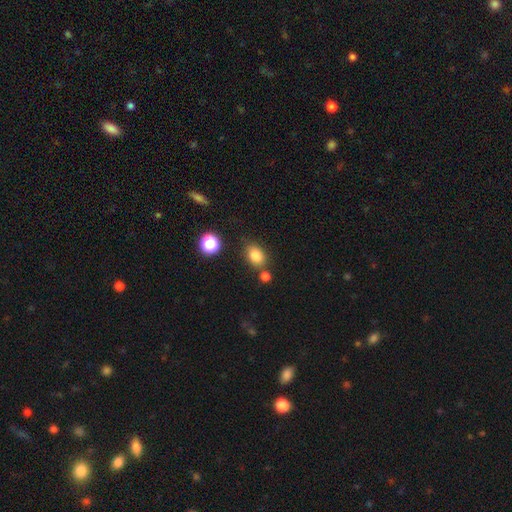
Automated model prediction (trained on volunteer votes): A smooth galaxy with no disk features (82%) that is in between round and cigar-shaped (70%).

Vote fractions:
- Smooth or featured? smooth: 82% / star or artifact: 11% / featured or disk: 6%
- How rounded? in between: 70% / round: 28% / cigar-shaped: 1%
- Merging? none: 69% / minor disturbance: 14% / merger: 12% / major disturbance: 4%